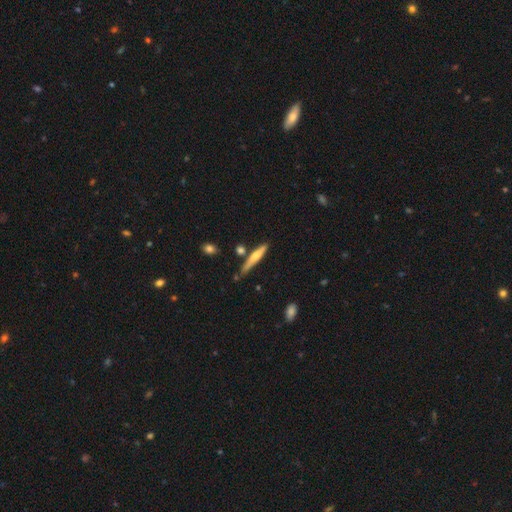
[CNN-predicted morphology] Smooth or featured? smooth (50%)
How rounded? cigar-shaped (91%)
Merging? none (68%)